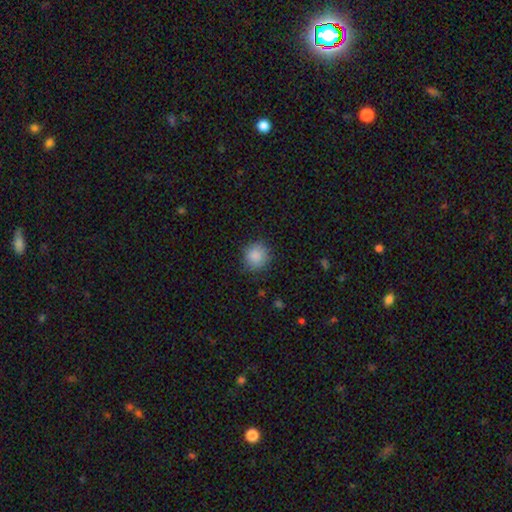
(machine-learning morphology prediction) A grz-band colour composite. It shows a smooth galaxy with no disk features (88%) that is round (90%). Merging: none (86%).